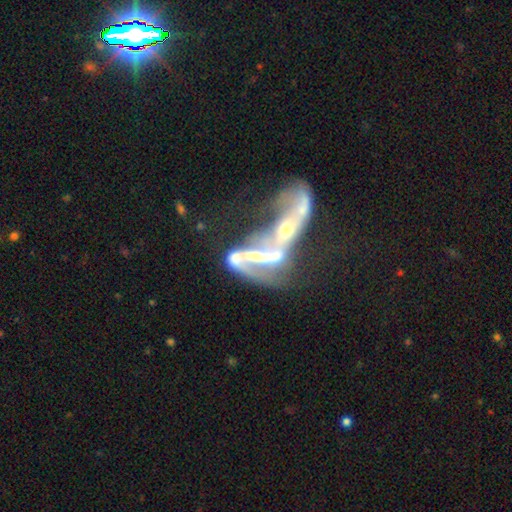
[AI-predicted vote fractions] Overall: featured or disk (76%). Edge-on disk: no (86%). Bar: no (44%; strong 33%). Spiral arms: yes (57%; no 43%). Bulge size: small (33%; moderate 32%). Merging: merger (64%).